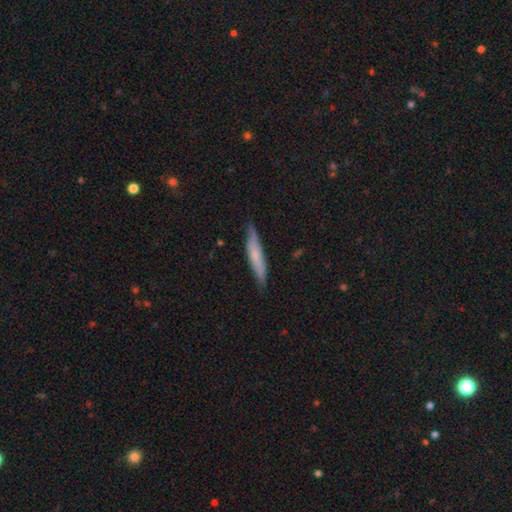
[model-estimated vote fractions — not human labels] This is possibly a smooth galaxy (60%). How rounded: clearly cigar-shaped (91%). Merging: clearly none (80%).